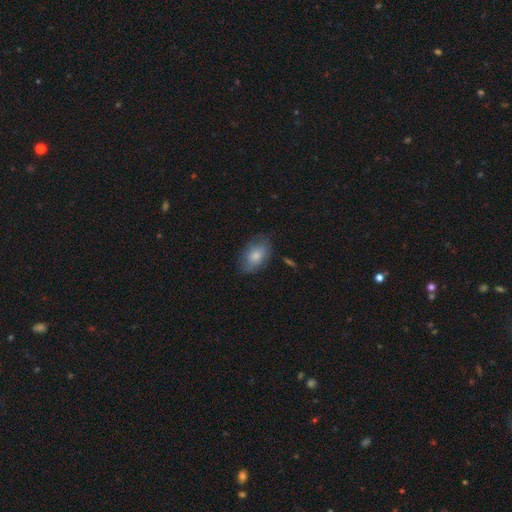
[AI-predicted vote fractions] Smooth or featured: smooth — 79% (featured or disk — 15%)
How rounded: in between — 89% (round — 9%)
Merging: none — 70% (minor disturbance — 22%)